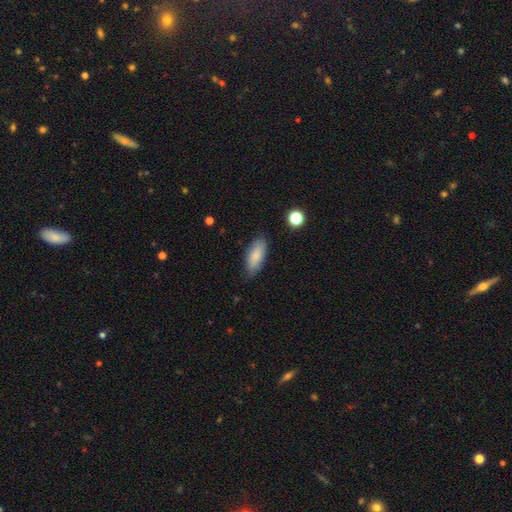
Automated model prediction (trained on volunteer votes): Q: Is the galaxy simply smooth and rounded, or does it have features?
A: smooth — 85%.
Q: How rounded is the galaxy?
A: in between — 82%.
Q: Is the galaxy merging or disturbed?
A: none — 81%.